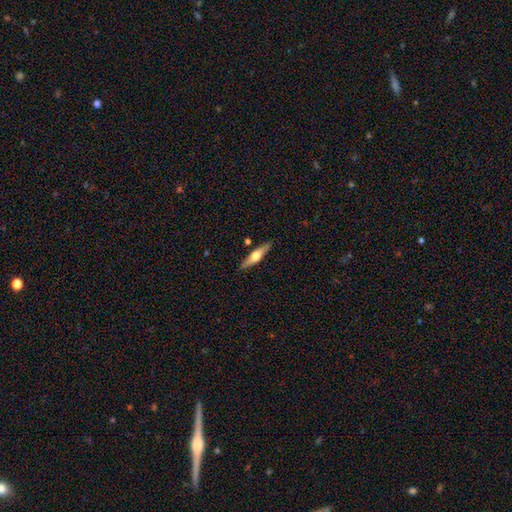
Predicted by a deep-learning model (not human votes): Overall: featured or disk (58%; smooth 36%). Edge-on disk: yes (95%). Edge-on bulge: rounded (93%). Merging: none (88%).